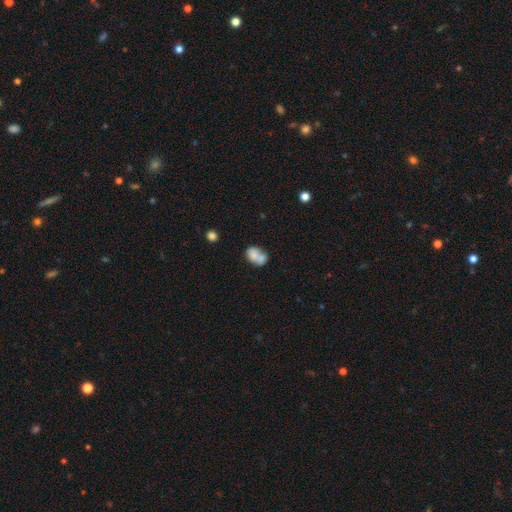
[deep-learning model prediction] A smooth galaxy with no disk features (73%) that is in between round and cigar-shaped (68%). Merging: merger (57%).